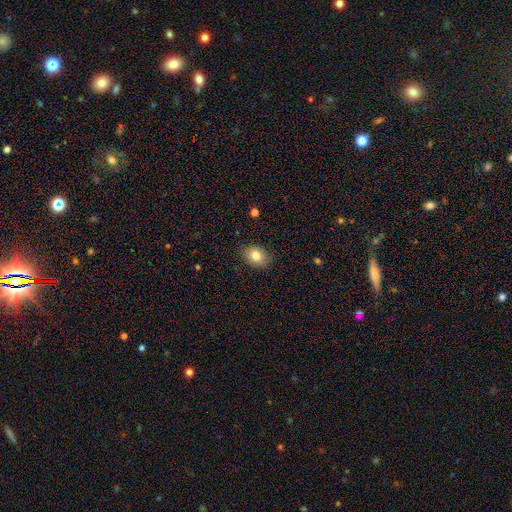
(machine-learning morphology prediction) Overall: smooth (81%). How rounded: in between (66%; round 34%). Merging: none (85%).